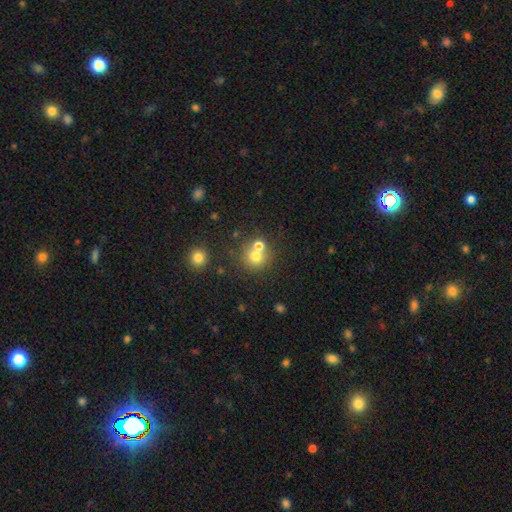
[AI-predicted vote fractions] A smooth galaxy with no disk features (72%) that is round (88%).

Vote fractions:
- Smooth or featured? smooth: 72% / star or artifact: 14% / featured or disk: 14%
- How rounded? round: 88% / in between: 11% / cigar-shaped: 1%
- Merging? none: 50% / merger: 39% / minor disturbance: 7% / major disturbance: 3%